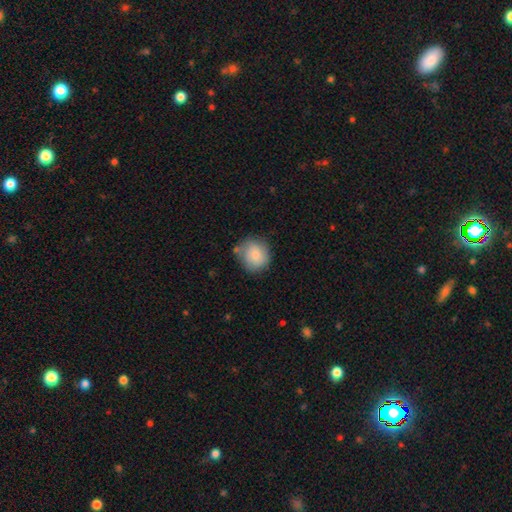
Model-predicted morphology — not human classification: type=smooth (85%); roundness=round (83%); merging=none (69%).